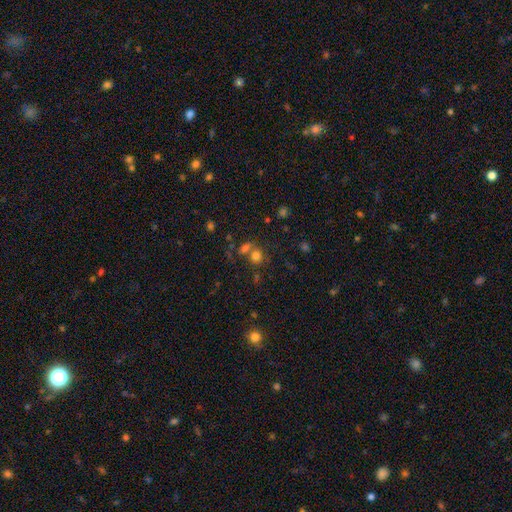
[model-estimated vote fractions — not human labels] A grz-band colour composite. It shows a smooth galaxy with no disk features (73%) that is round (75%). Merging: none (50%).